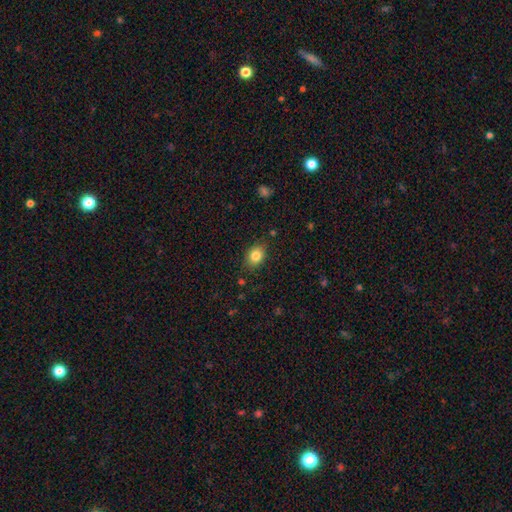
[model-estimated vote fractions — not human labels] This is clearly a smooth galaxy (84%). How rounded: likely in between (66%). Merging: clearly none (83%).